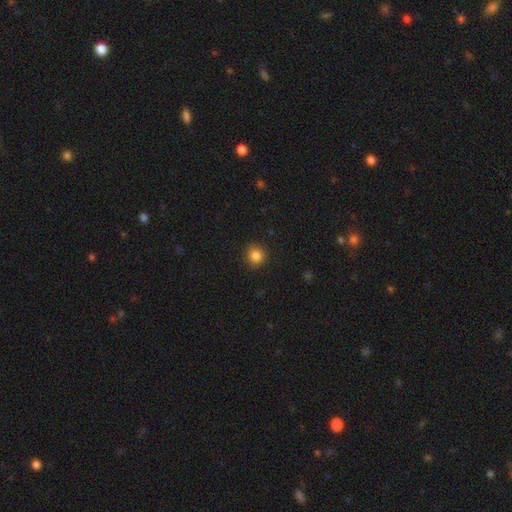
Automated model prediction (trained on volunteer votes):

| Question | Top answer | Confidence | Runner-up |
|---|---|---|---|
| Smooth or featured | smooth | 84% | star or artifact (11%) |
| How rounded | round | 87% | in between (12%) |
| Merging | none | 86% | minor disturbance (10%) |